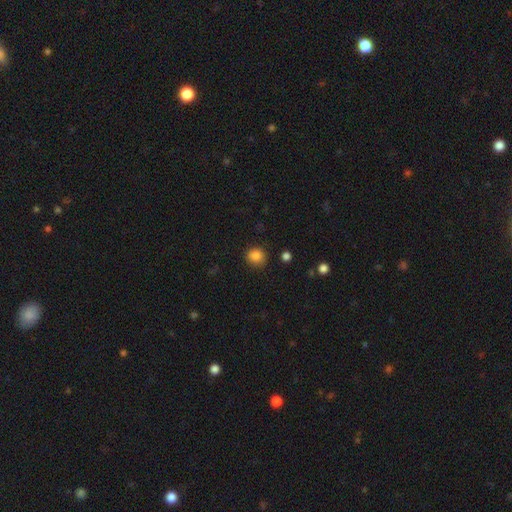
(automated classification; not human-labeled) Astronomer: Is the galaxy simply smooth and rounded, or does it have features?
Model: smooth — 85%.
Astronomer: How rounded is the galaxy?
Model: round — 84%.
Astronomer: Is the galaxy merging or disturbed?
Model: none — 85%.